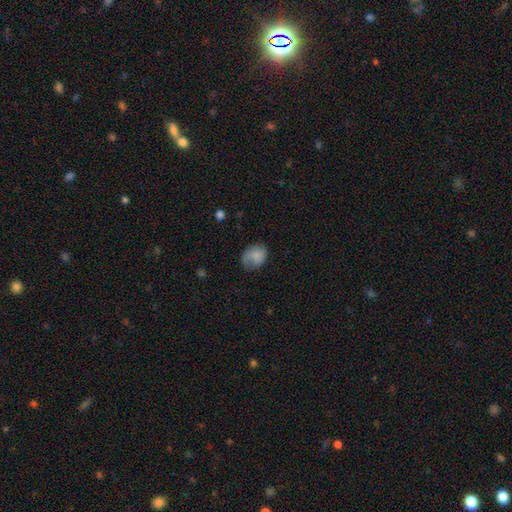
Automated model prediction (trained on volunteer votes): The model was most divided on "how rounded": in between: 56%, round: 43%, cigar-shaped: 1%. Remaining: smooth or featured — smooth (70%); merging — none (50%).